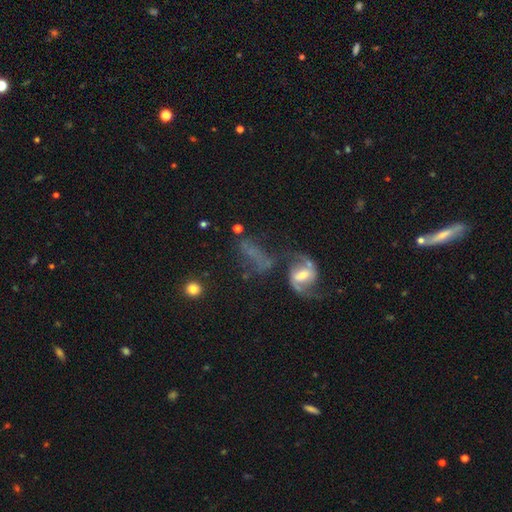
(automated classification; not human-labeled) This appears to be a featured or disk galaxy (62%) with no bar (43%), spiral arms (75%) and a small central bulge (41%). Merging: none (35%).